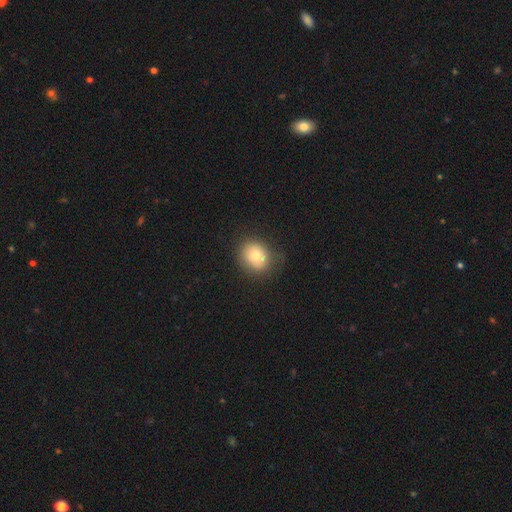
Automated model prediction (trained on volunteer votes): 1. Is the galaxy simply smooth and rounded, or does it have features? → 75% smooth, 15% featured or disk, 10% star or artifact.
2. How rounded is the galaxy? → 66% round, 33% in between, 1% cigar-shaped.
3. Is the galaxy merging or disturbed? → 75% none, 18% minor disturbance, 5% major disturbance, 1% merger.